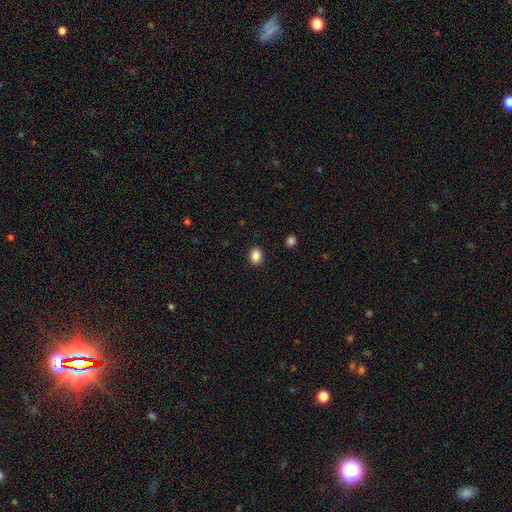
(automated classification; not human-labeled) This appears to be a smooth galaxy with no disk features (88%) that is in between round and cigar-shaped (57%). Merging: none (90%).